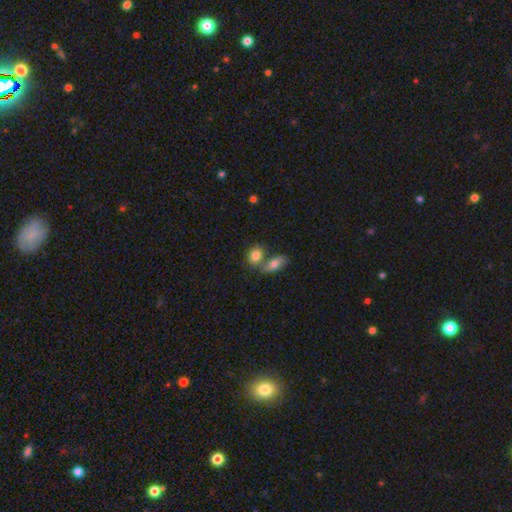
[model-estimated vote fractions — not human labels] Q: Smooth or featured?
A: smooth (81%); runner-up: featured or disk (11%)
Q: How rounded?
A: in between (63%); runner-up: round (35%)
Q: Merging?
A: merger (50%); runner-up: none (37%)